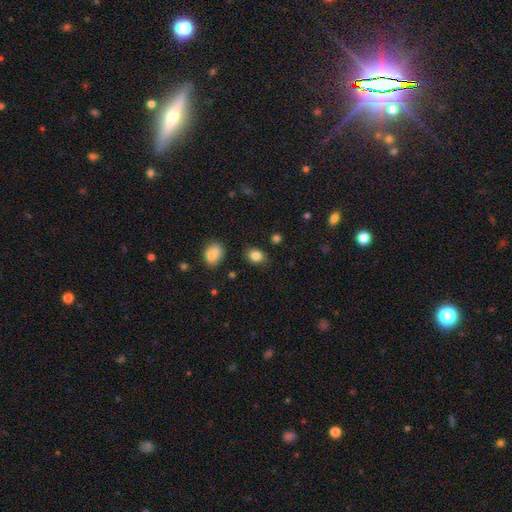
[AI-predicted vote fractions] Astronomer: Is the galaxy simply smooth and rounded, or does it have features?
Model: smooth — 85%.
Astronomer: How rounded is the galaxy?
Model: in between — 58% (runner-up: round, 41%).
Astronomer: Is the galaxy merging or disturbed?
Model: none — 82%.